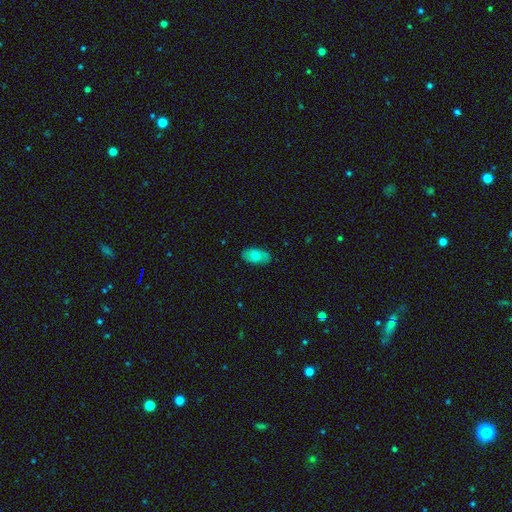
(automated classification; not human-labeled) A smooth galaxy with no disk features (73%) that is in between round and cigar-shaped (93%).

Vote fractions:
- Smooth or featured? smooth: 73% / featured or disk: 20% / star or artifact: 7%
- How rounded? in between: 93% / round: 4% / cigar-shaped: 3%
- Merging? none: 81% / minor disturbance: 15% / major disturbance: 3% / merger: 1%